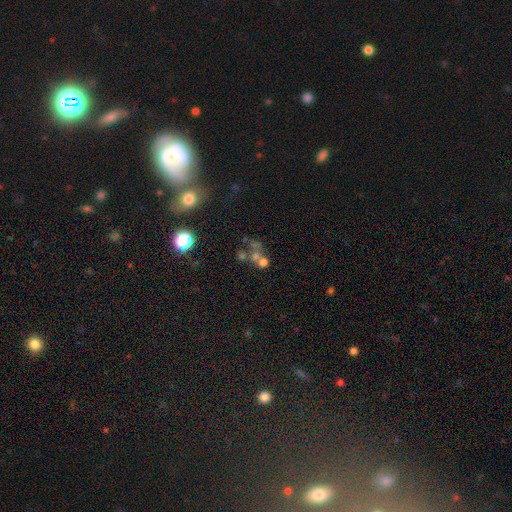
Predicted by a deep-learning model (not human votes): Q: Smooth or featured?
A: smooth (47%); runner-up: star or artifact (29%)
Q: Merging?
A: merger (45%); runner-up: none (38%)